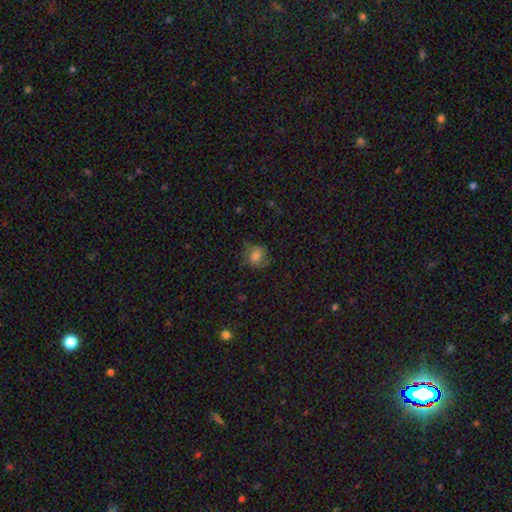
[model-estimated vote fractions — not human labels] Smooth or featured: smooth — 72% (featured or disk — 16%)
How rounded: round — 73% (in between — 26%)
Merging: none — 63% (minor disturbance — 24%)